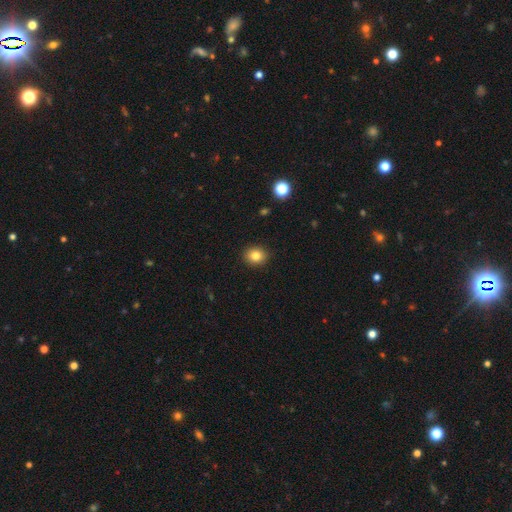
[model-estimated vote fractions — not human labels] This is clearly a smooth galaxy (83%). How rounded: likely round (68%). Merging: clearly none (91%).